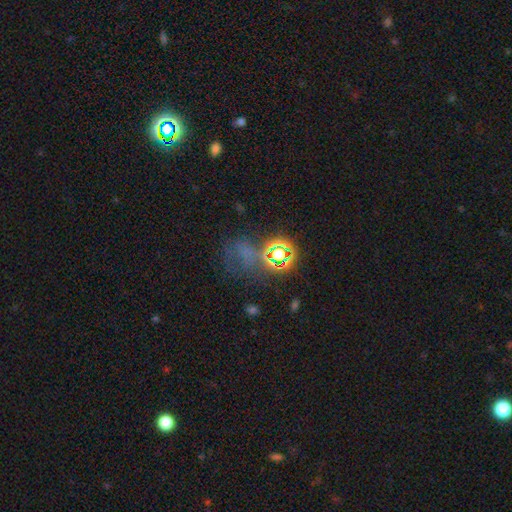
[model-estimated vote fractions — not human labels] This is possibly a star or artifact rather than a galaxy (49%).